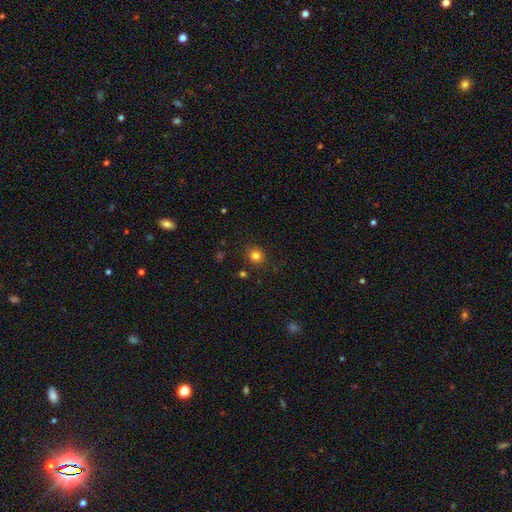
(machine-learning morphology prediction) smooth-or-featured: smooth: 81% | star or artifact: 14% | featured or disk: 5%
  how-rounded: round: 88% | in between: 11% | cigar-shaped: 1%
  merging: none: 88% | minor disturbance: 8% | major disturbance: 2% | merger: 2%